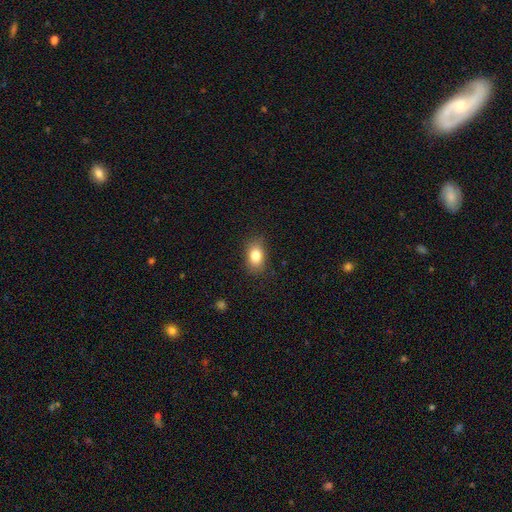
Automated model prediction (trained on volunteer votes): Morphology: type=smooth (83%); roundness=in between (78%); merging=none (83%).